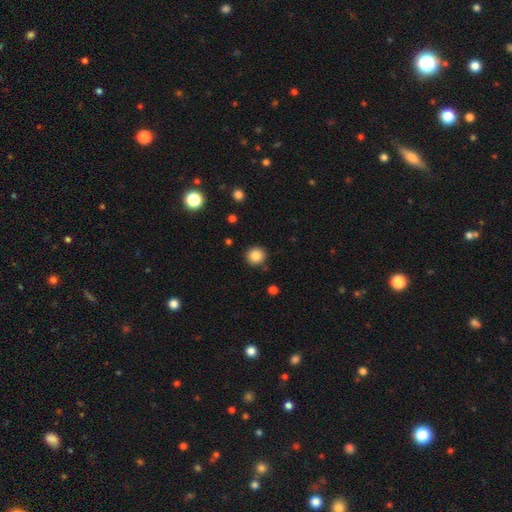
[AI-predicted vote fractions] Smooth or featured? smooth (85%)
How rounded? round (93%)
Merging? none (90%)